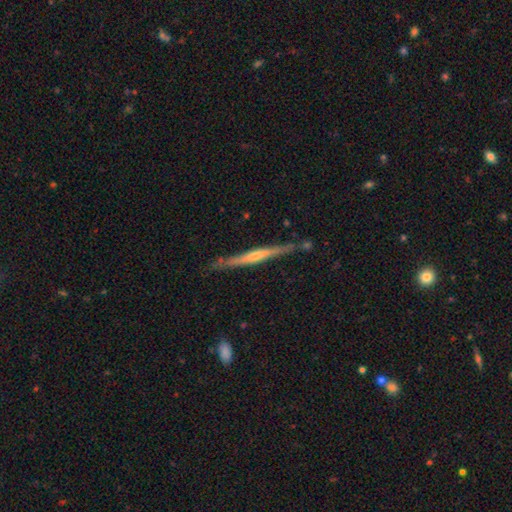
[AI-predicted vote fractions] Morphology: type=featured or disk (68%); edge-on=yes (97%); edge-on bulge=rounded (57%); merging=none (81%).